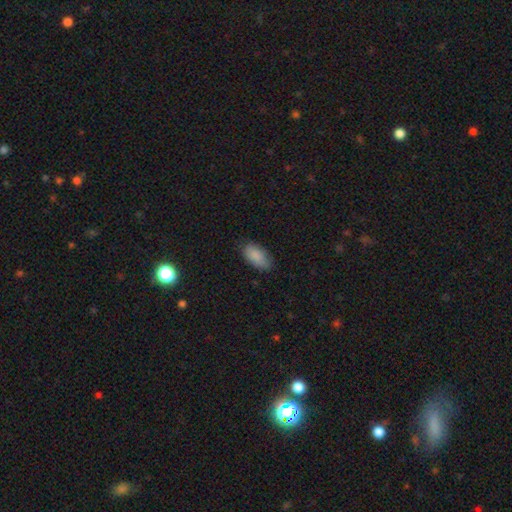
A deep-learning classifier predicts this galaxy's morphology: The model was most divided on "merging": none: 79%, minor disturbance: 16%, major disturbance: 3%, merger: 1%. More confident: how rounded — in between (93%); smooth or featured — smooth (88%).